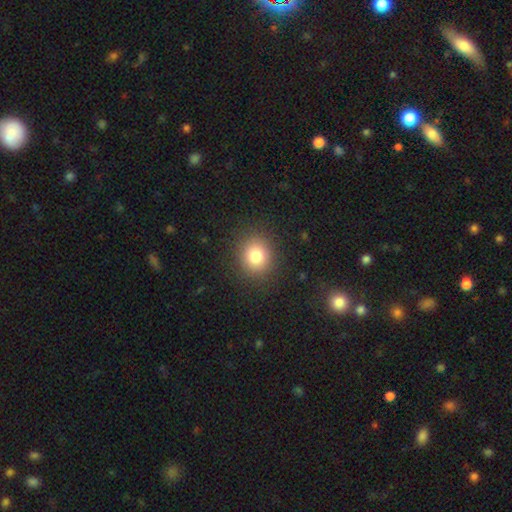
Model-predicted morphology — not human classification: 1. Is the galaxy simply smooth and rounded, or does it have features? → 80% smooth, 12% star or artifact, 8% featured or disk.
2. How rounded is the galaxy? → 80% round, 19% in between, 1% cigar-shaped.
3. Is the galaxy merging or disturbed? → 89% none, 7% minor disturbance, 3% major disturbance, 1% merger.